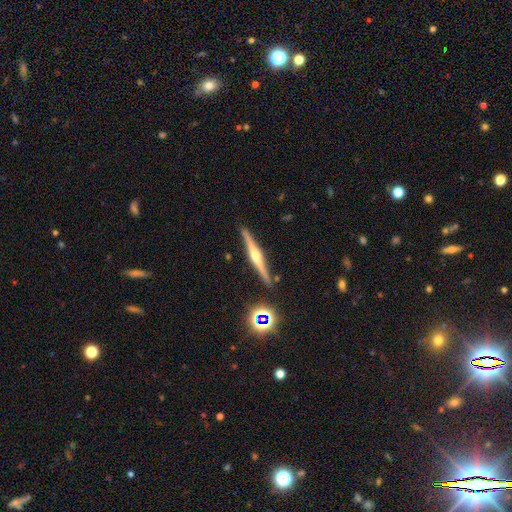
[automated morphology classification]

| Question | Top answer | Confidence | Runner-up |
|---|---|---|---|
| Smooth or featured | featured or disk | 76% | smooth (17%) |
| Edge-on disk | yes | 98% | no (2%) |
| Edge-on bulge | rounded | 89% | none (5%) |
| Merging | none | 89% | minor disturbance (8%) |